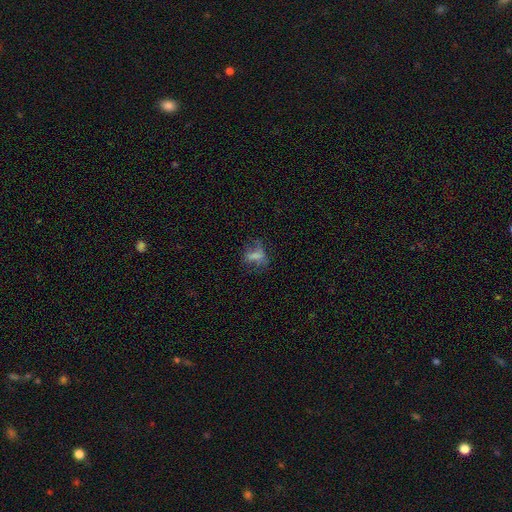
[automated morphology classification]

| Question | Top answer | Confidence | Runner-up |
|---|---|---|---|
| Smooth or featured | smooth | 55% | featured or disk (29%) |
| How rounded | in between | 71% | round (21%) |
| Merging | none | 42% | major disturbance (33%) |